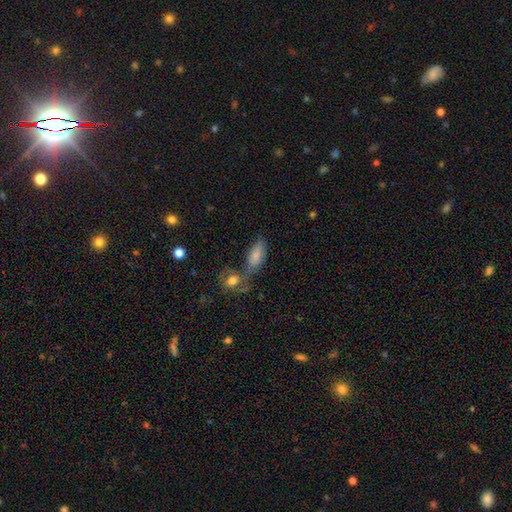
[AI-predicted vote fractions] smooth-or-featured: smooth: 77% | featured or disk: 15% | star or artifact: 8%
  how-rounded: in between: 83% | cigar-shaped: 12% | round: 4%
  merging: none: 40% | merger: 36% | minor disturbance: 16% | major disturbance: 8%